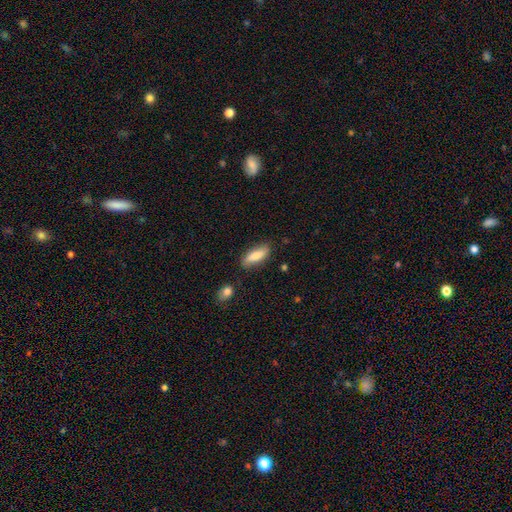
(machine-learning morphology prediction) smooth_or_featured: smooth (p=0.79) [alt: featured or disk p=0.15]
how_rounded: in between (p=0.72) [alt: cigar-shaped p=0.26]
merging: none (p=0.78) [alt: minor disturbance p=0.16]